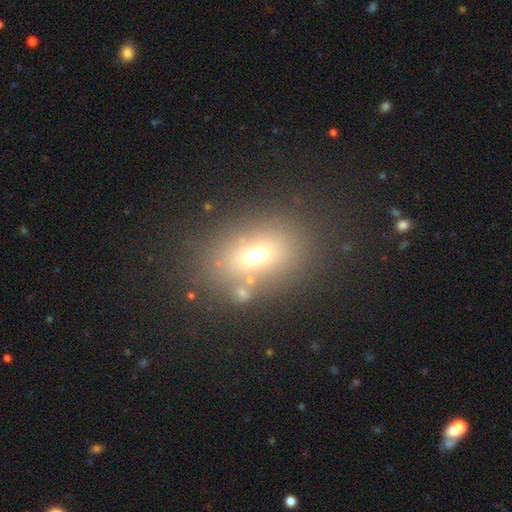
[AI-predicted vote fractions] smooth_or_featured: smooth (p=0.65) [alt: star or artifact p=0.19]
how_rounded: in between (p=0.64) [alt: round p=0.34]
merging: none (p=0.75) [alt: minor disturbance p=0.11]